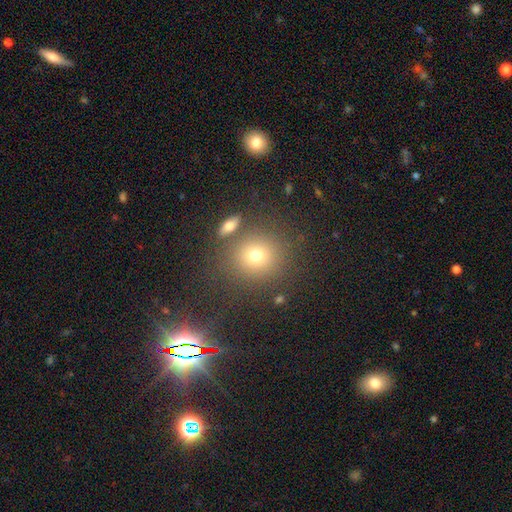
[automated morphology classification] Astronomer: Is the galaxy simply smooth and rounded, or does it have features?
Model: smooth — 71%.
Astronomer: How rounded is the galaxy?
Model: round — 87%.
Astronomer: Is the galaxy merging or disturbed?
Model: none — 79%.